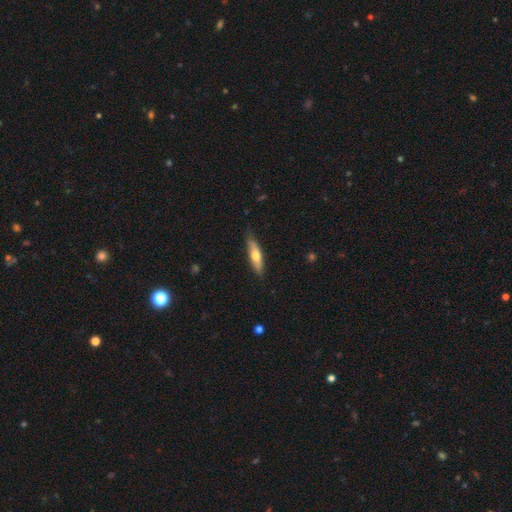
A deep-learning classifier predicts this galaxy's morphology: Smooth or featured: smooth — 53% (featured or disk — 41%)
How rounded: cigar-shaped — 69% (in between — 29%)
Merging: none — 80% (minor disturbance — 17%)